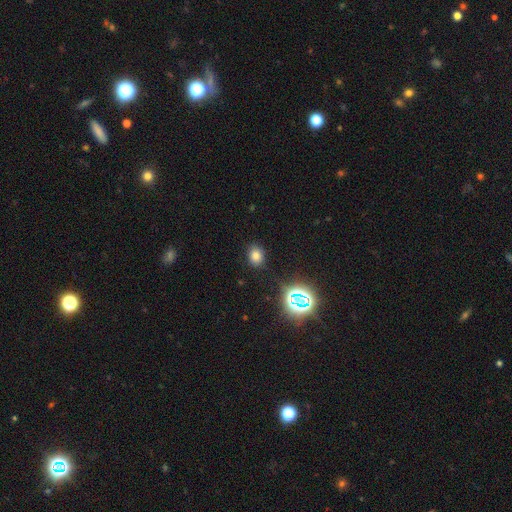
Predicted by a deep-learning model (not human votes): smooth-or-featured: smooth: 73% | star or artifact: 20% | featured or disk: 7%
  how-rounded: in between: 53% | round: 46% | cigar-shaped: 1%
  merging: none: 86% | minor disturbance: 10% | major disturbance: 3% | merger: 1%